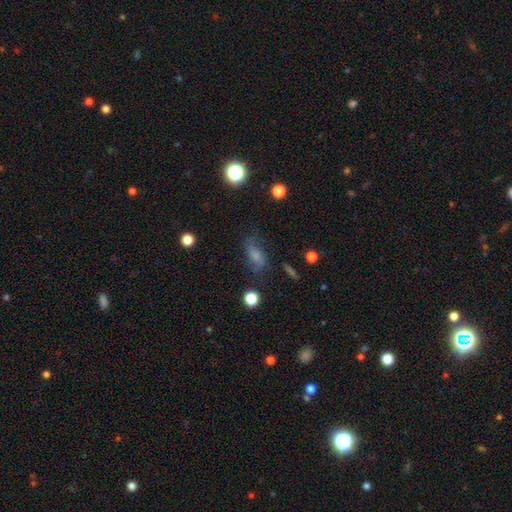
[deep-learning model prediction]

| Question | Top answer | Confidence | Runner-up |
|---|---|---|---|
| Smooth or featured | smooth | 49% | featured or disk (35%) |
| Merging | none | 59% | minor disturbance (24%) |